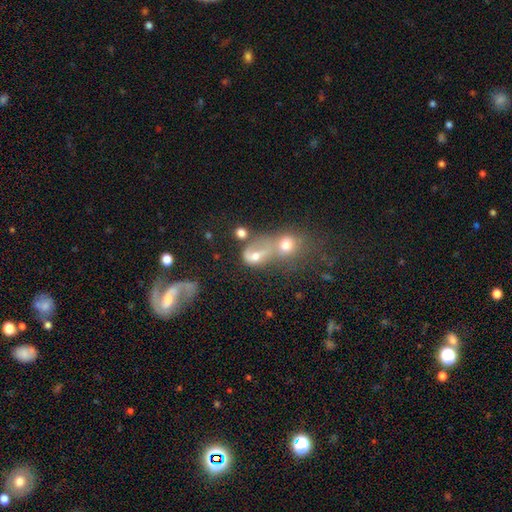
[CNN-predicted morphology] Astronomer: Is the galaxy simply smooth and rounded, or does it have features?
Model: smooth — 42% (runner-up: featured or disk, 41%).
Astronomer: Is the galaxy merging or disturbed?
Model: merger — 64%.